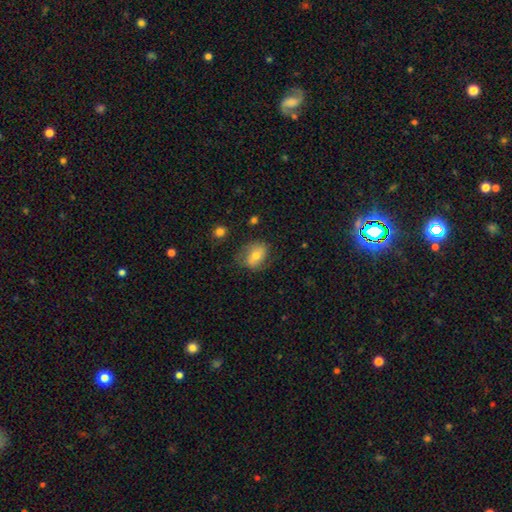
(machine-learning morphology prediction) This appears to be a smooth galaxy with no disk features (63%) that is in between round and cigar-shaped (71%). Merging: none (63%).